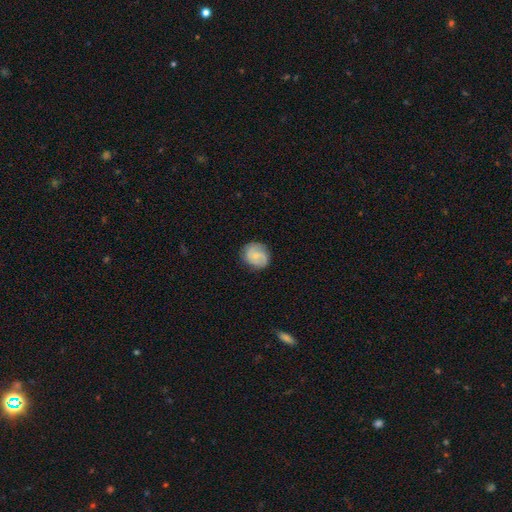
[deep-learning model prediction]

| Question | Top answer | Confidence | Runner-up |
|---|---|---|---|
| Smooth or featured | smooth | 48% | featured or disk (44%) |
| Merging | none | 79% | minor disturbance (16%) |